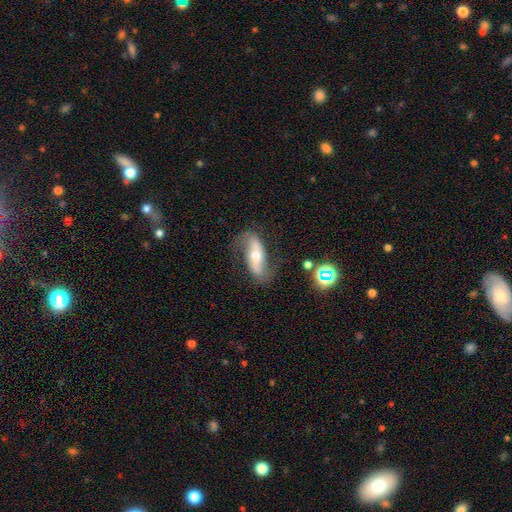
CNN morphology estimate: A featured or disk galaxy (68%) with no bar (40%), spiral arms (82%) and a moderate central bulge (62%). Merging: none (66%).